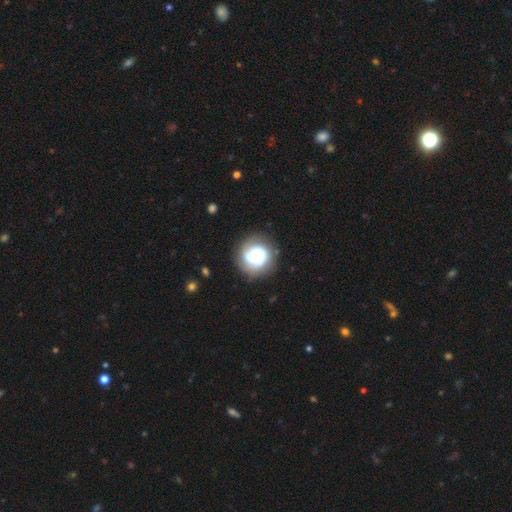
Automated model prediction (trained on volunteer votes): A featured or disk galaxy (57%) with no bar (72%), spiral arms (82%) and a moderate central bulge (47%). Merging: none (79%).